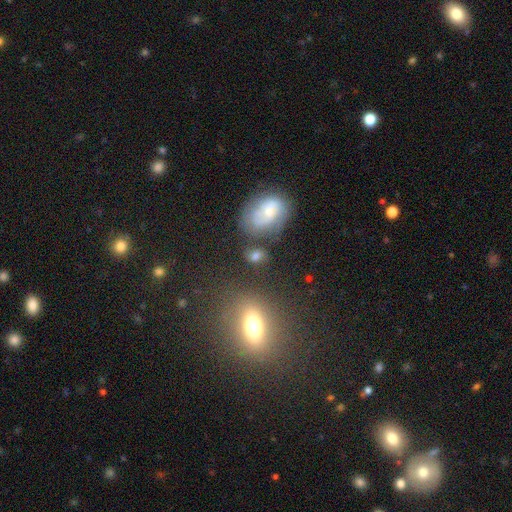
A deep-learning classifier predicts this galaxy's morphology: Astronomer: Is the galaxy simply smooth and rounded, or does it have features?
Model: smooth — 67%.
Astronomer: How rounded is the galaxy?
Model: in between — 66%.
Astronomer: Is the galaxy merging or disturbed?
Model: none — 63%.